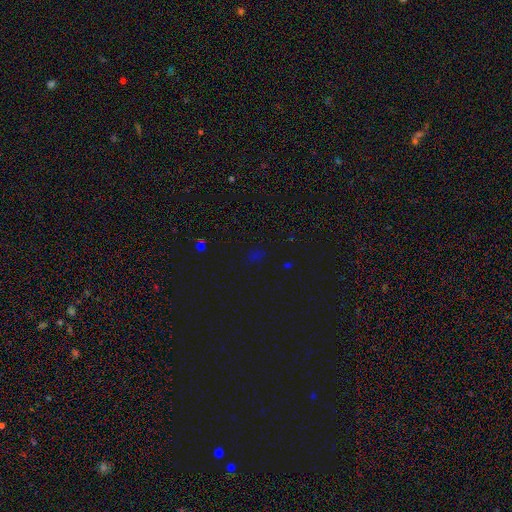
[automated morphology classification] Q: Smooth or featured?
A: star or artifact (58%); runner-up: smooth (35%)